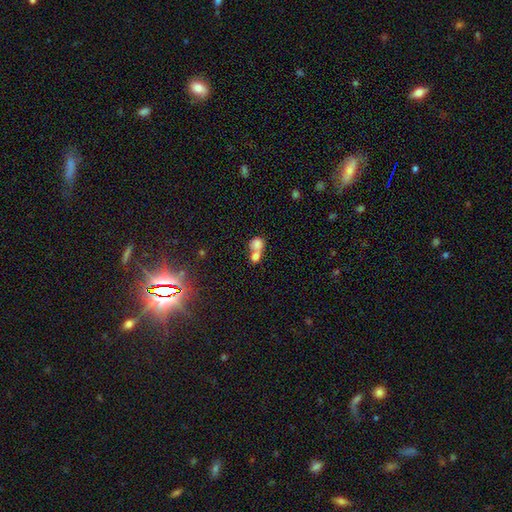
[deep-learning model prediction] A smooth galaxy with no disk features (75%) that is round (63%). Merging: merger (72%).